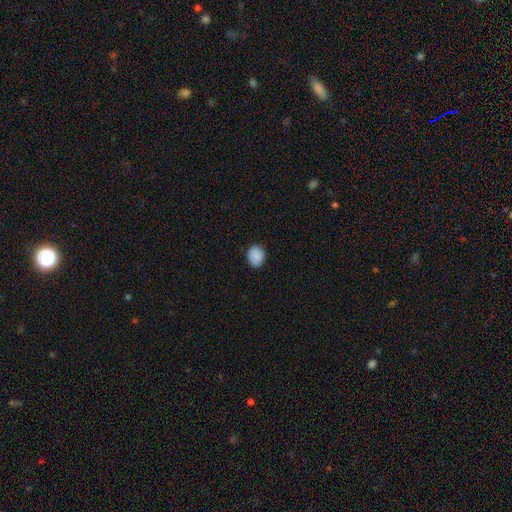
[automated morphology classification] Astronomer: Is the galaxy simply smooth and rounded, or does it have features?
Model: smooth — 89%.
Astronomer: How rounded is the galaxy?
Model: round — 59% (runner-up: in between, 40%).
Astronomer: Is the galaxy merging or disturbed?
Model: none — 87%.